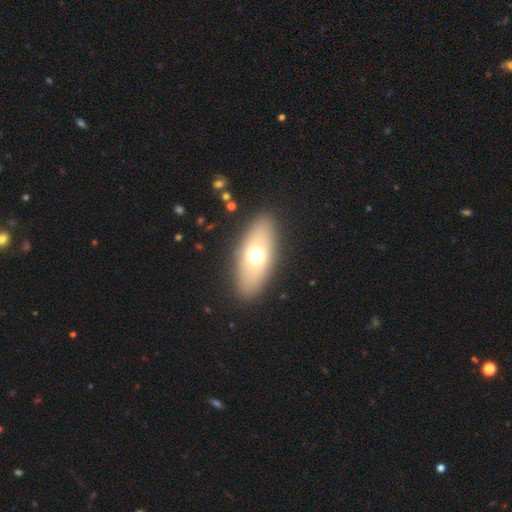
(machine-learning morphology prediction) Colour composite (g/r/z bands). It shows a smooth galaxy with no disk features (63%) that is in between round and cigar-shaped (80%). Merging: none (87%).